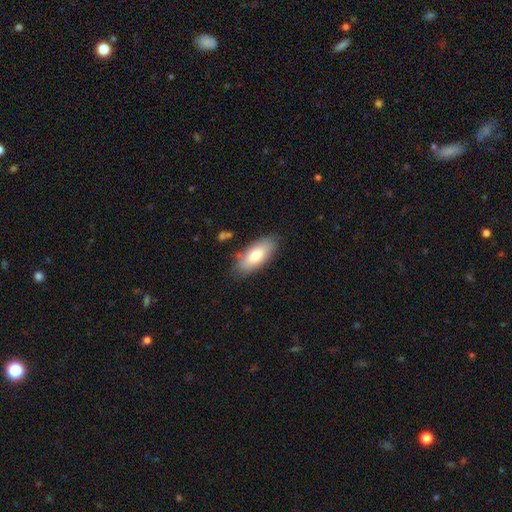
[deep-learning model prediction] smooth_or_featured: smooth (p=0.76) [alt: featured or disk p=0.17]
how_rounded: in between (p=0.84) [alt: cigar-shaped p=0.13]
merging: none (p=0.82) [alt: minor disturbance p=0.13]